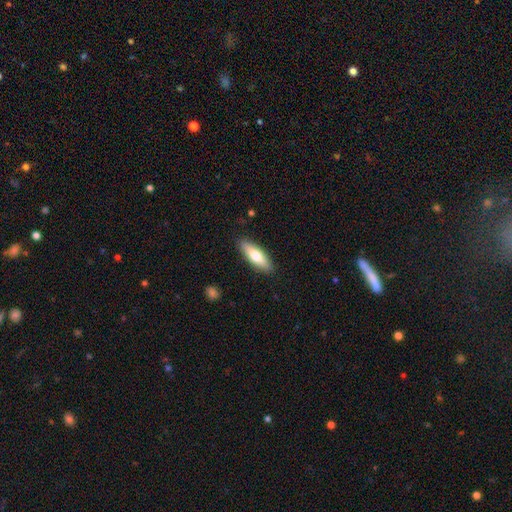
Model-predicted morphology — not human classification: smooth-or-featured: smooth: 67% | featured or disk: 27% | star or artifact: 6%
  how-rounded: in between: 49% (tied) | cigar-shaped: 49% (tied) | round: 2%
  merging: none: 89% | minor disturbance: 8% | major disturbance: 2% | merger: 1%